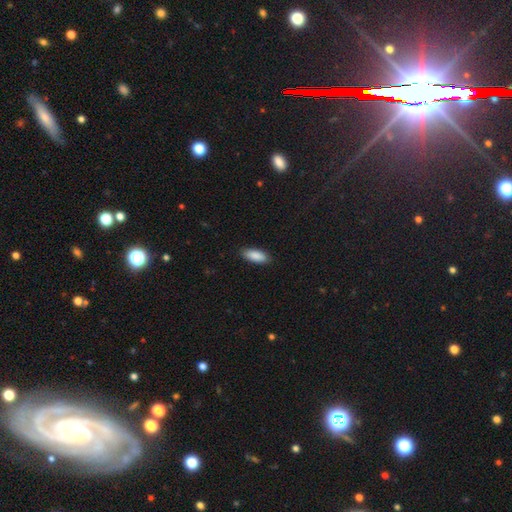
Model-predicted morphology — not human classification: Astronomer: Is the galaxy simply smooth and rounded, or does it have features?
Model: smooth — 89%.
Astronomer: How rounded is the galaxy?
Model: in between — 78%.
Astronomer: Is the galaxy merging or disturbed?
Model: none — 87%.